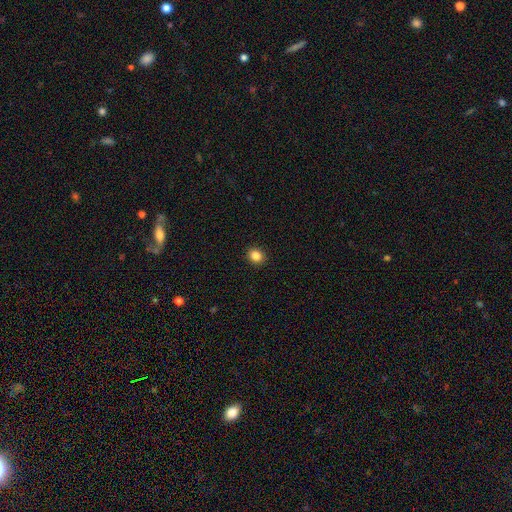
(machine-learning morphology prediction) A smooth galaxy with no disk features (85%) that is round (69%). Merging: none (92%).